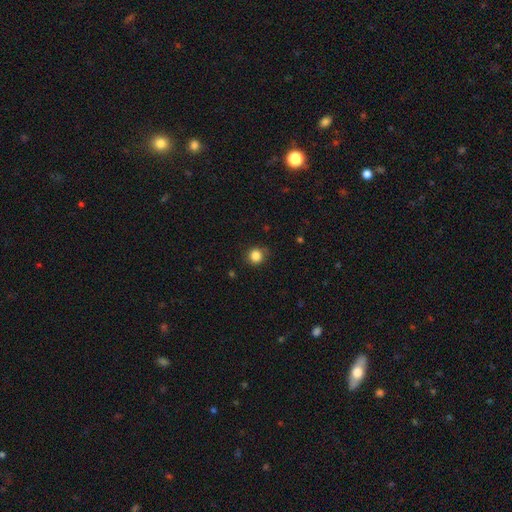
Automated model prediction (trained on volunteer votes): This appears to be a smooth galaxy with no disk features (85%) that is round (89%). Merging: none (81%).